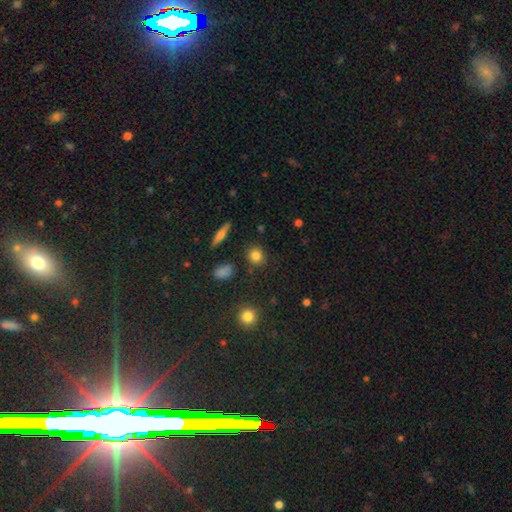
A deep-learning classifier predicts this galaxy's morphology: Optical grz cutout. It shows a smooth galaxy with no disk features (82%) that is round (85%). Merging: none (86%).